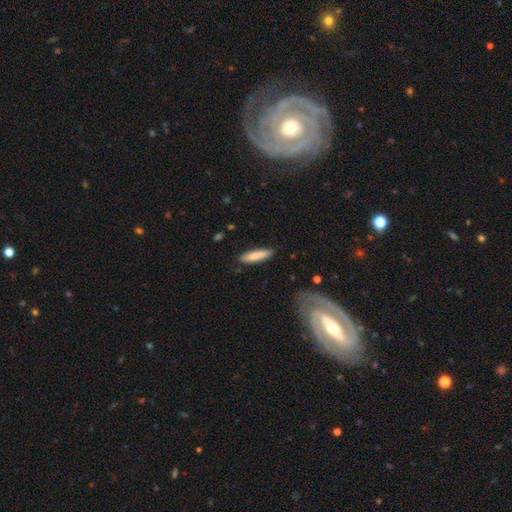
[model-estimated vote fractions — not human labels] Smooth or featured? Predicted: smooth (p=0.81). How rounded? Predicted: cigar-shaped (p=0.77). Merging? Predicted: none (p=0.85).